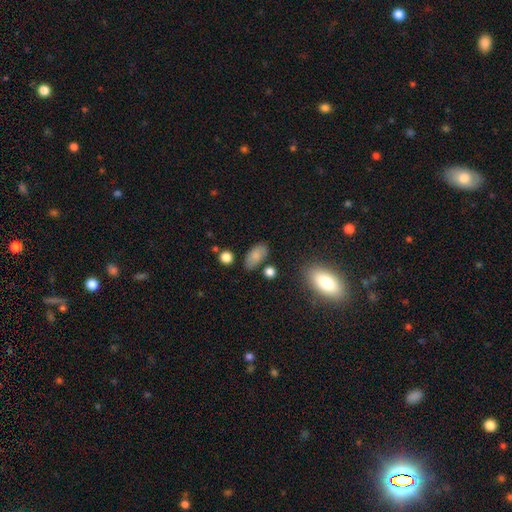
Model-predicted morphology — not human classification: Smooth or featured?
  - smooth: 82% *
  - star or artifact: 9%
  - featured or disk: 9%
How rounded?
  - in between: 90% *
  - round: 5%
  - cigar-shaped: 5%
Merging?
  - none: 73% *
  - minor disturbance: 17%
  - merger: 6%
  - major disturbance: 5%